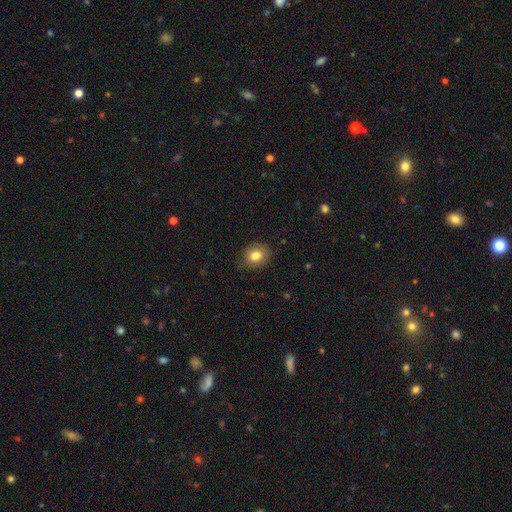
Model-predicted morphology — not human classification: Smooth or featured? Predicted: smooth (p=0.80). How rounded? Predicted: round (p=0.56). Merging? Predicted: none (p=0.75).